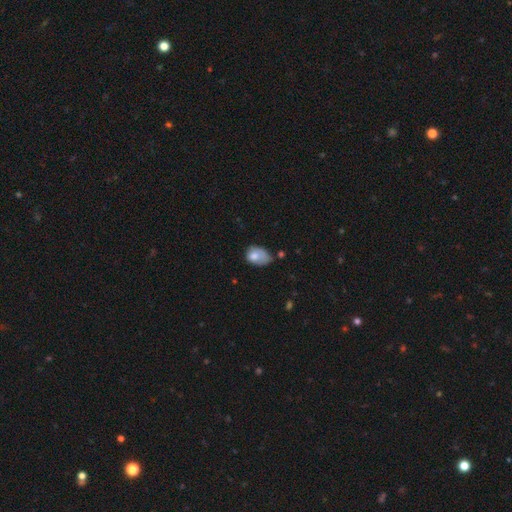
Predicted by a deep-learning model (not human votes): smooth 72%, featured or disk 19%, star or artifact 8%. Down the decision tree: how rounded — in between (77%); merging — minor disturbance (40%).